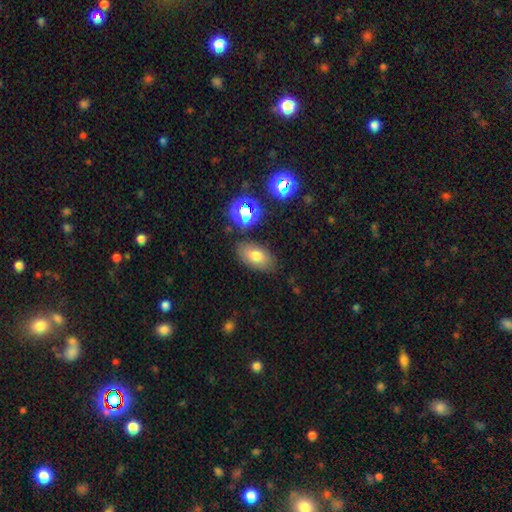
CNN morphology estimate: Smooth or featured? Predicted: smooth (p=0.73). How rounded? Predicted: in between (p=0.91). Merging? Predicted: none (p=0.80).